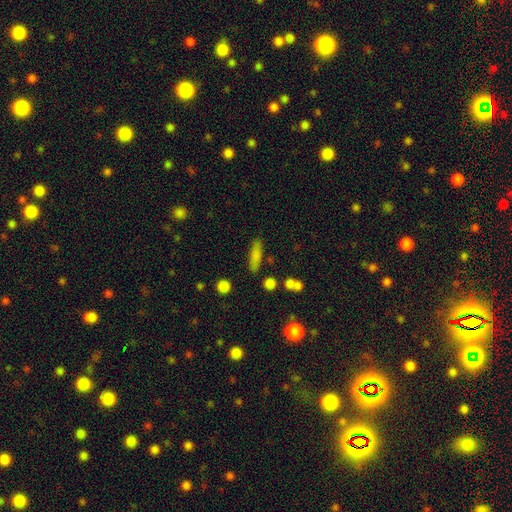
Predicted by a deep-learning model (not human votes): smooth 78%, featured or disk 13%, star or artifact 9%. Down the decision tree: how rounded — cigar-shaped (66%); merging — none (80%).